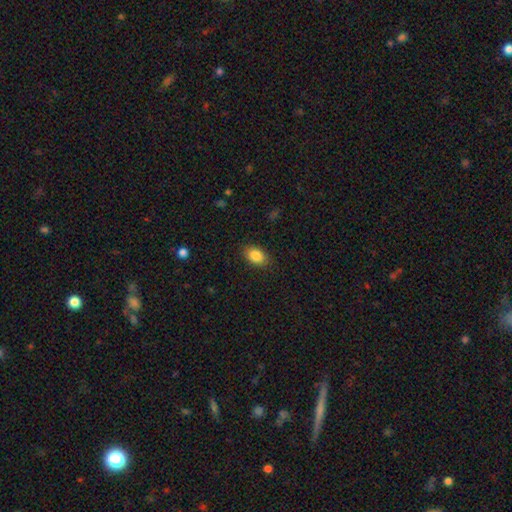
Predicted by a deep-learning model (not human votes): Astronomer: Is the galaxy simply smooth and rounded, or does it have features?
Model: smooth — 86%.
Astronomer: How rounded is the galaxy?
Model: in between — 84%.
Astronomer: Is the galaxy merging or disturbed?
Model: none — 87%.